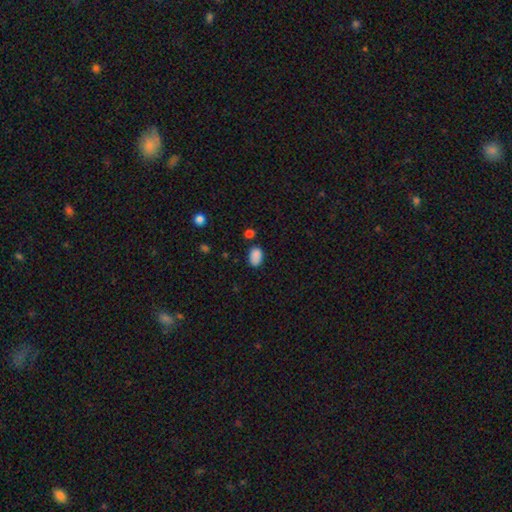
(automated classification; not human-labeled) A smooth galaxy with no disk features (87%) that is in between round and cigar-shaped (87%). Merging: none (74%).